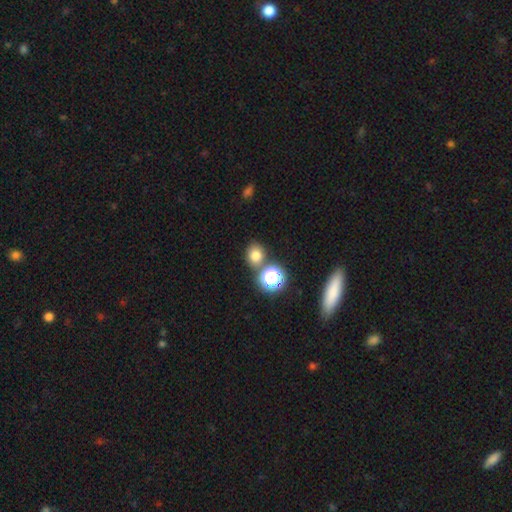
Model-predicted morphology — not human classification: Smooth or featured? Predicted: smooth (p=0.74). How rounded? Predicted: round (p=0.69). Merging? Predicted: none (p=0.73).